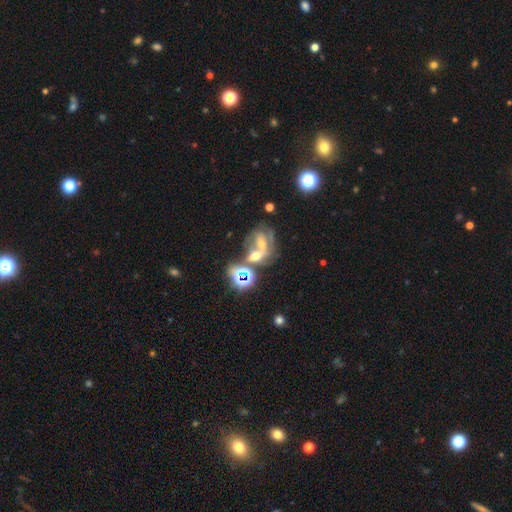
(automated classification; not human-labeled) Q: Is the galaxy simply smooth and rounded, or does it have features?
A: featured or disk — 41%.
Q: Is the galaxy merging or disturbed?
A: merger — 58%.